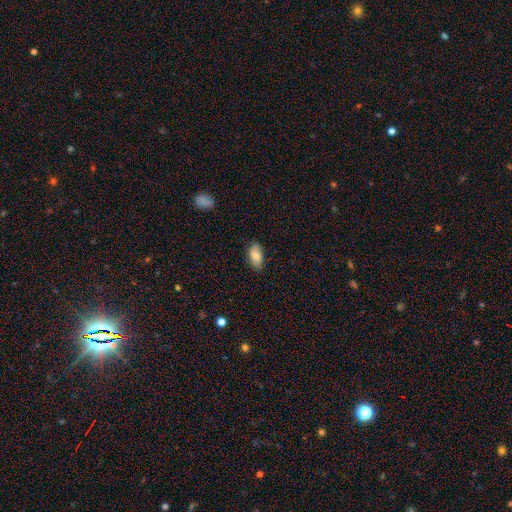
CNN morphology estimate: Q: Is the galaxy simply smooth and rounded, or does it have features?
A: smooth — 75%.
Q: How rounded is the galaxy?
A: in between — 93%.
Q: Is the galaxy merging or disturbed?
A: none — 81%.